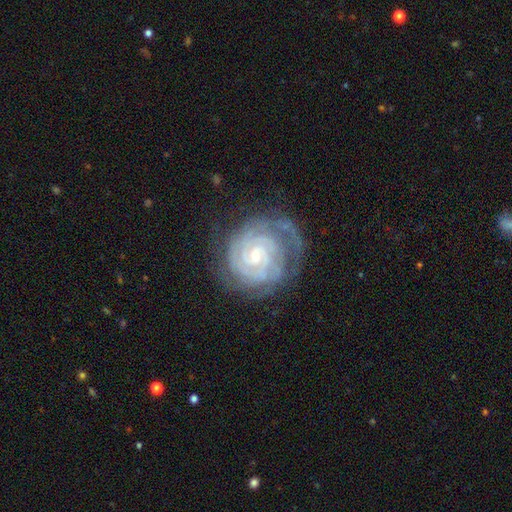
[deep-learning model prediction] featured or disk 89%, smooth 6%, star or artifact 5%. Down the decision tree: edge-on disk — no (98%); bar — no (57%); spiral arms — yes (98%); spiral arm count — 2 (31%); spiral winding — tight (83%); bulge size — small (71%); merging — none (68%).